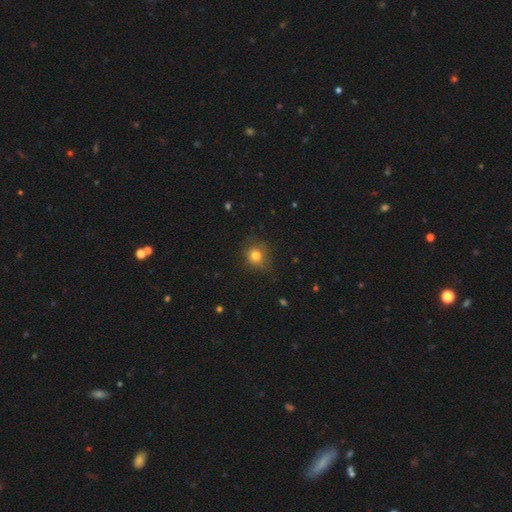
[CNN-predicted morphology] type=smooth (77%); roundness=round (82%); merging=none (72%).